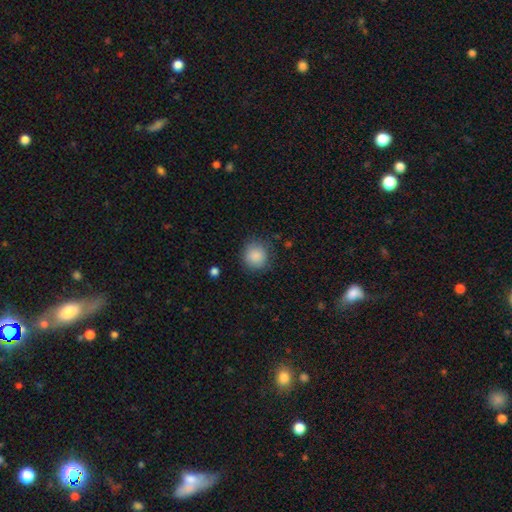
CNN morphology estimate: A smooth galaxy with no disk features (87%) that is round (90%). Merging: none (83%).